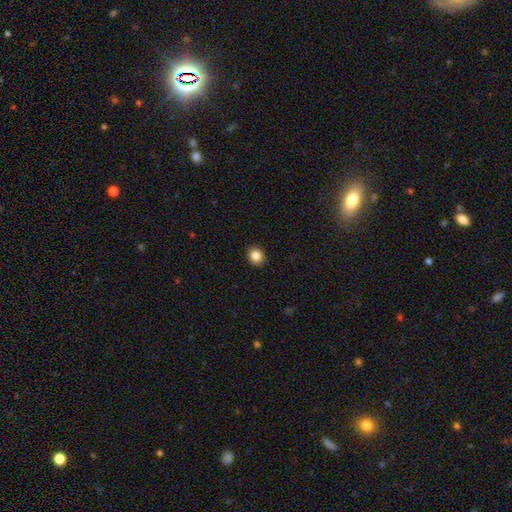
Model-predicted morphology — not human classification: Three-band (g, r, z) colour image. It shows a smooth galaxy with no disk features (85%) that is round (69%). Merging: none (92%).